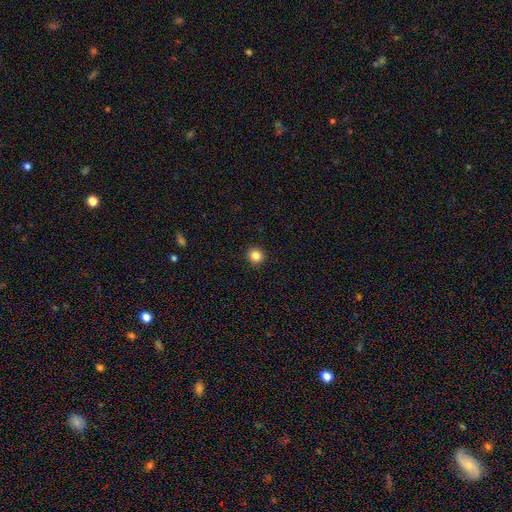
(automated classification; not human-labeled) Morphology: type=smooth (85%); roundness=round (92%); merging=none (93%).